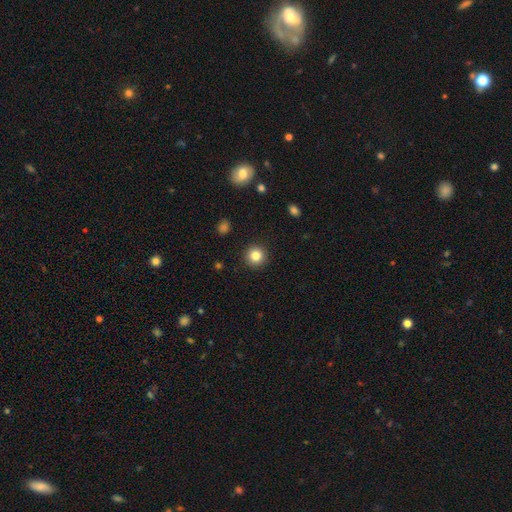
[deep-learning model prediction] Morphology: type=smooth (84%); roundness=round (95%); merging=none (92%).